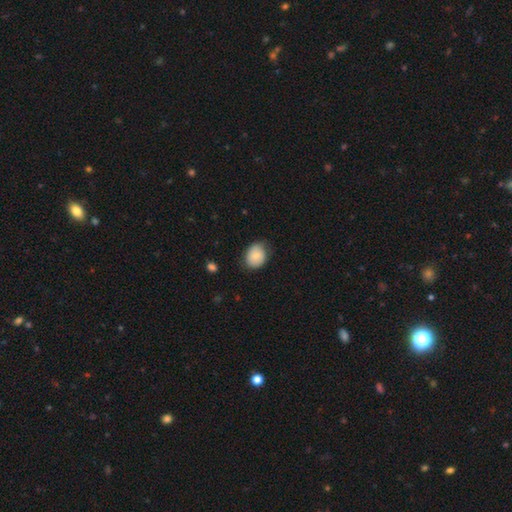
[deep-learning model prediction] This appears to be a smooth galaxy with no disk features (82%) that is in between round and cigar-shaped (52%). Merging: none (66%).